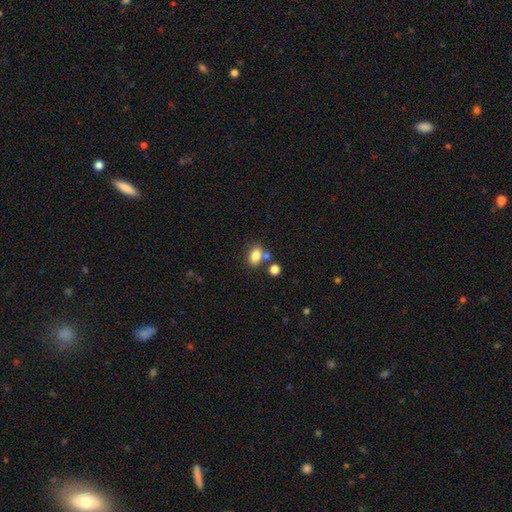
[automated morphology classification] The model was most divided on "merging": none: 62%, merger: 21%, minor disturbance: 13%, major disturbance: 4%. More confident: smooth or featured — smooth (81%); how rounded — in between (73%).